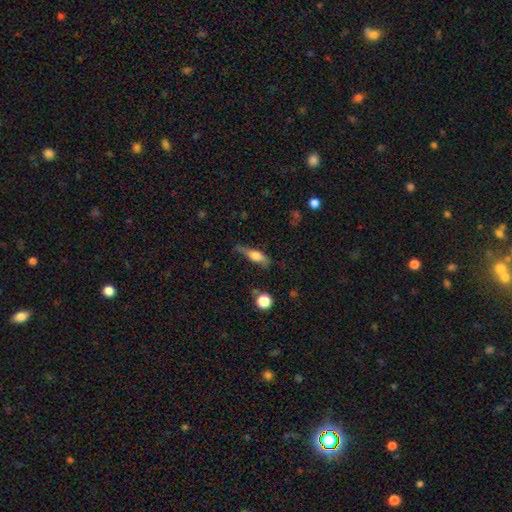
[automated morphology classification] Q: Smooth or featured?
A: smooth (59%); runner-up: featured or disk (32%)
Q: How rounded?
A: in between (48%); runner-up: cigar-shaped (46%)
Q: Merging?
A: none (48%); runner-up: minor disturbance (33%)